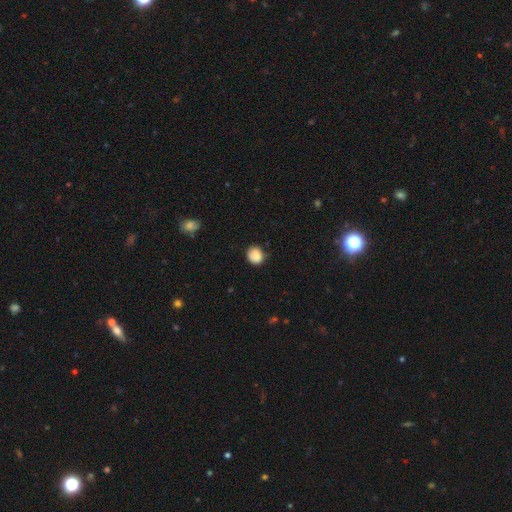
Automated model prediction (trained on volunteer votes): Q: Smooth or featured?
A: smooth (83%); runner-up: star or artifact (9%)
Q: How rounded?
A: round (68%); runner-up: in between (31%)
Q: Merging?
A: none (69%); runner-up: minor disturbance (24%)